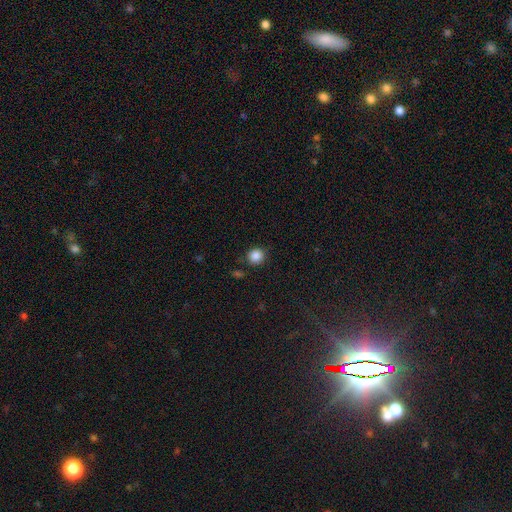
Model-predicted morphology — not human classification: Q: Smooth or featured?
A: smooth (86%); runner-up: star or artifact (11%)
Q: How rounded?
A: round (91%); runner-up: in between (8%)
Q: Merging?
A: none (84%); runner-up: minor disturbance (10%)